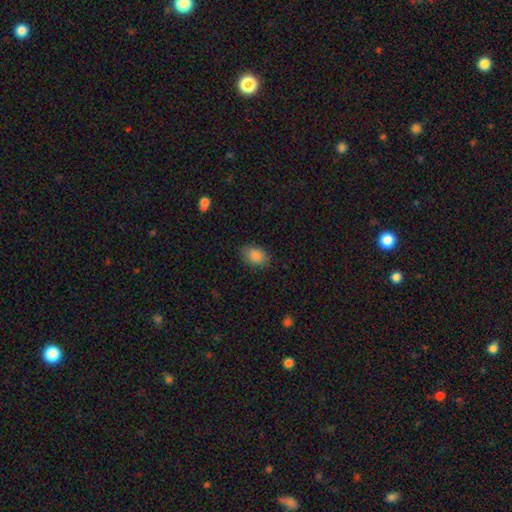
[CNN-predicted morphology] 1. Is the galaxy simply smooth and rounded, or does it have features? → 88% smooth, 8% star or artifact, 4% featured or disk.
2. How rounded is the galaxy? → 81% in between, 18% round, 1% cigar-shaped.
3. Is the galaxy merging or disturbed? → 80% none, 15% minor disturbance, 4% major disturbance, 1% merger.